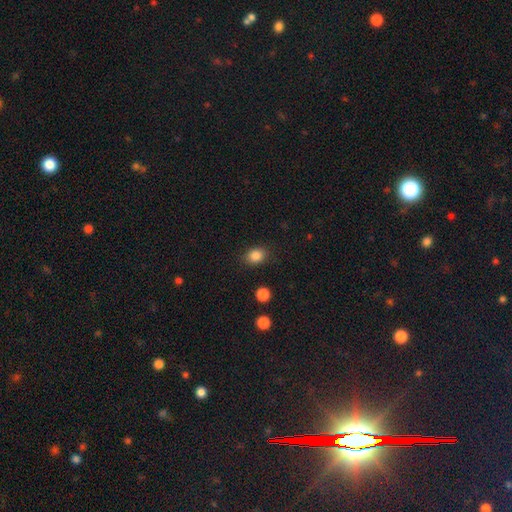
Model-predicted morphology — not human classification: Smooth or featured? smooth (85%)
How rounded? in between (57%)
Merging? none (86%)